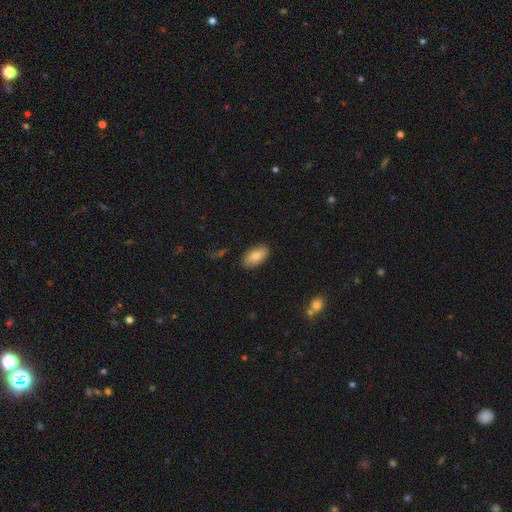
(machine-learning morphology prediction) Q: Smooth or featured?
A: smooth (76%); runner-up: featured or disk (17%)
Q: How rounded?
A: in between (93%); runner-up: round (4%)
Q: Merging?
A: none (87%); runner-up: minor disturbance (10%)